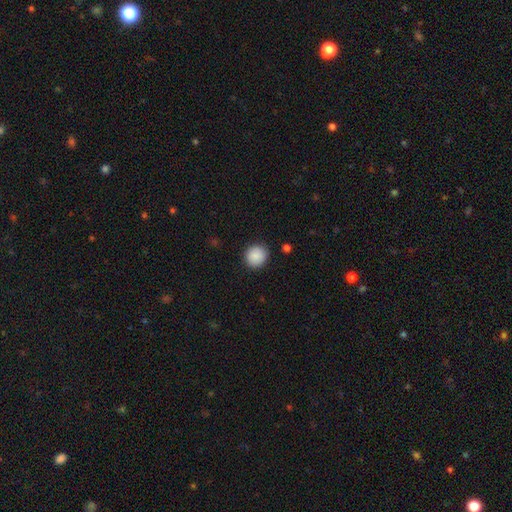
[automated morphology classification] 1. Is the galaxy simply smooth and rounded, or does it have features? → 89% smooth, 7% star or artifact, 3% featured or disk.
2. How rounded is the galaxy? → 87% round, 12% in between, 1% cigar-shaped.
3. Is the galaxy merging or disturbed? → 89% none, 8% minor disturbance, 2% major disturbance, 1% merger.